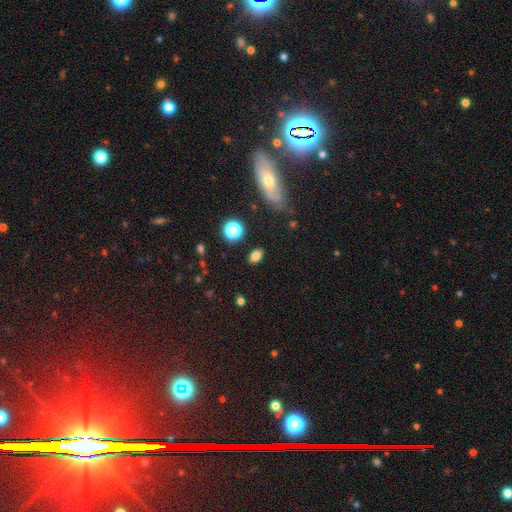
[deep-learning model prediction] Q: Smooth or featured?
A: smooth (78%); runner-up: star or artifact (14%)
Q: How rounded?
A: in between (82%); runner-up: round (16%)
Q: Merging?
A: none (85%); runner-up: minor disturbance (10%)